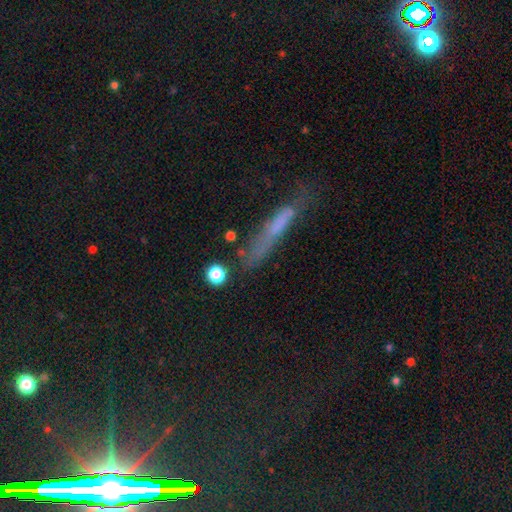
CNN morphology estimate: Smooth or featured: smooth — 56% (featured or disk — 29%)
How rounded: cigar-shaped — 85% (in between — 10%)
Merging: none — 51% (minor disturbance — 25%)